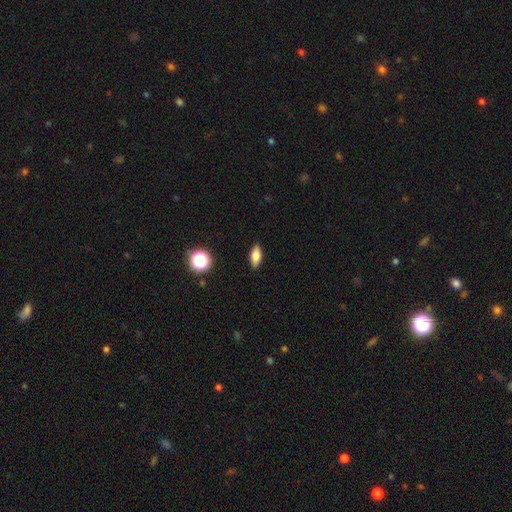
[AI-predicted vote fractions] The model was most divided on "smooth or featured": smooth: 74%, featured or disk: 17%, star or artifact: 9%. More confident: merging — none (89%); how rounded — in between (78%).